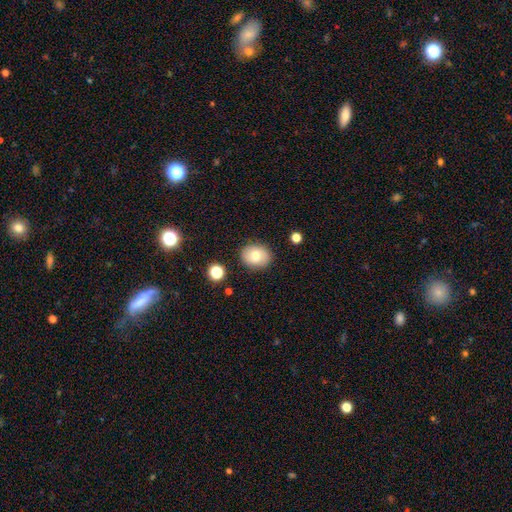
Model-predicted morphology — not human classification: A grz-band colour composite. It shows a smooth galaxy with no disk features (74%) that is round (59%). Merging: none (87%).